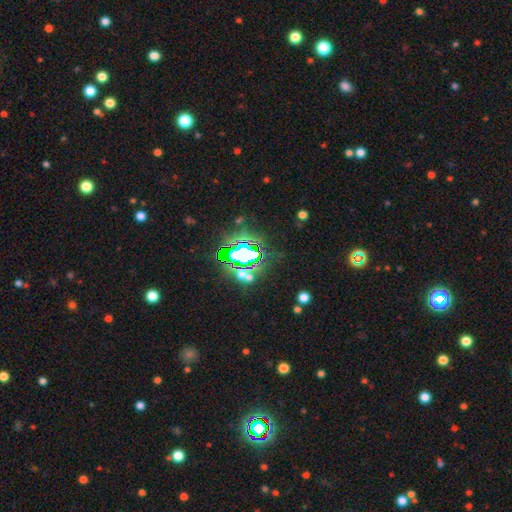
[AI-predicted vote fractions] This is likely a star or artifact rather than a galaxy (73%).